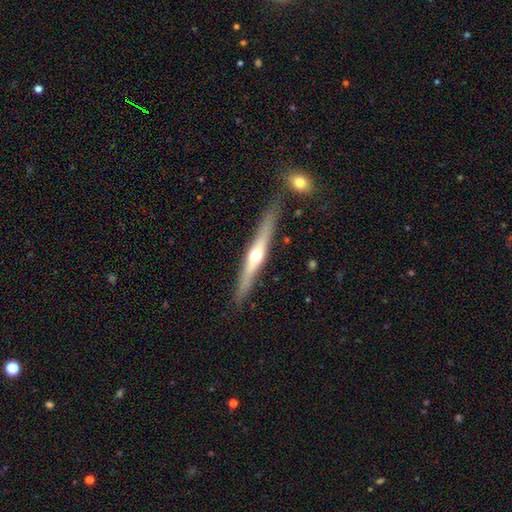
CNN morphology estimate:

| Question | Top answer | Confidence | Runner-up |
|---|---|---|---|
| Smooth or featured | featured or disk | 66% | smooth (29%) |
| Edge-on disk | yes | 95% | no (5%) |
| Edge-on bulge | rounded | 88% | none (9%) |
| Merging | none | 82% | minor disturbance (12%) |